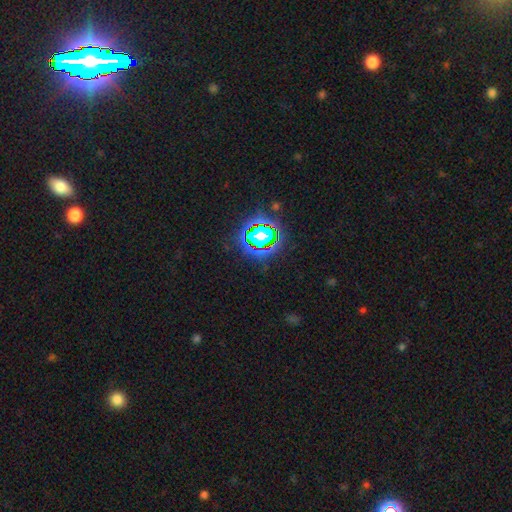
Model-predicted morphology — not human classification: This is clearly a star or artifact rather than a galaxy (80%).